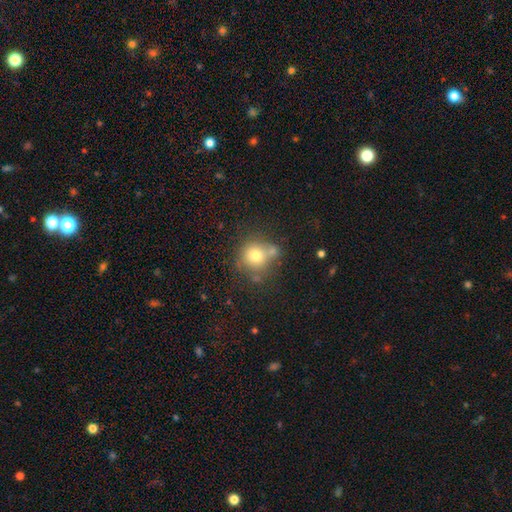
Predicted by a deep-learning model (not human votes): Smooth or featured? smooth (72%)
How rounded? round (86%)
Merging? none (56%)